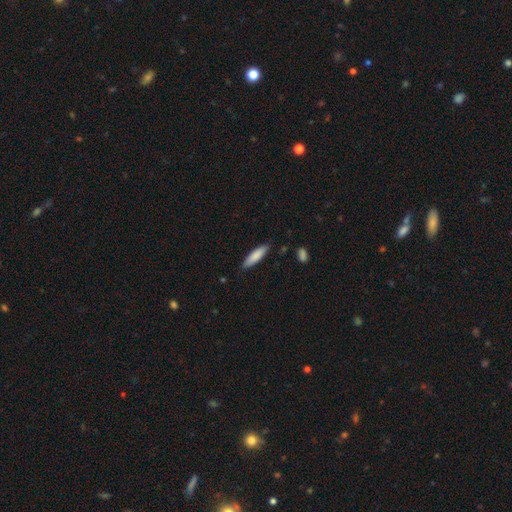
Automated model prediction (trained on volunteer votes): Overall: smooth (83%). How rounded: cigar-shaped (71%). Merging: none (85%).